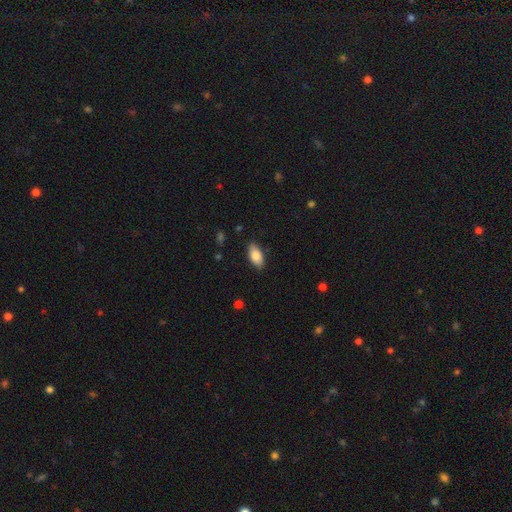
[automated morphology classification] Overall: smooth (85%). How rounded: in between (91%). Merging: none (86%).